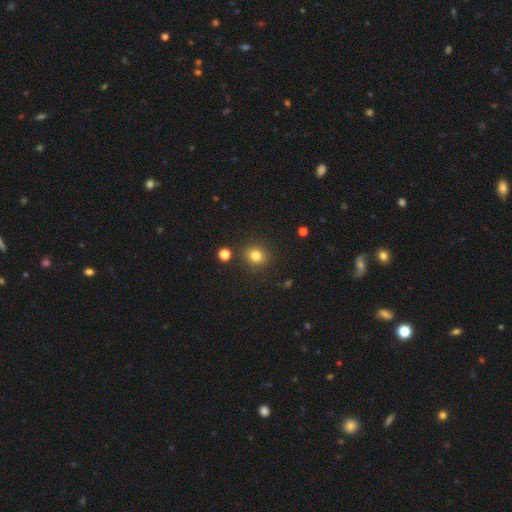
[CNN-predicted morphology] This is likely a smooth galaxy (79%). How rounded: likely round (74%). Merging: clearly none (85%).